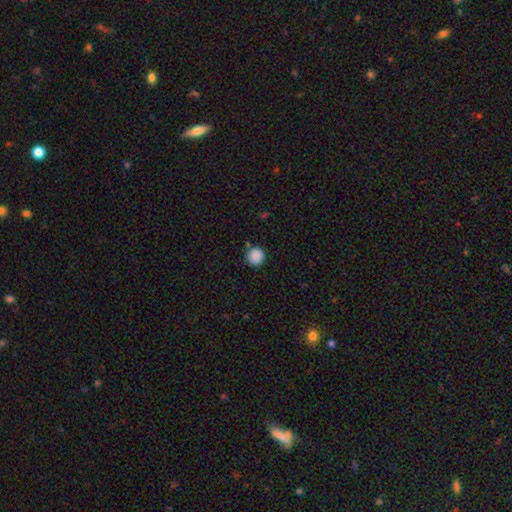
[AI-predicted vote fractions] Overall: smooth (88%). How rounded: round (94%). Merging: none (83%).